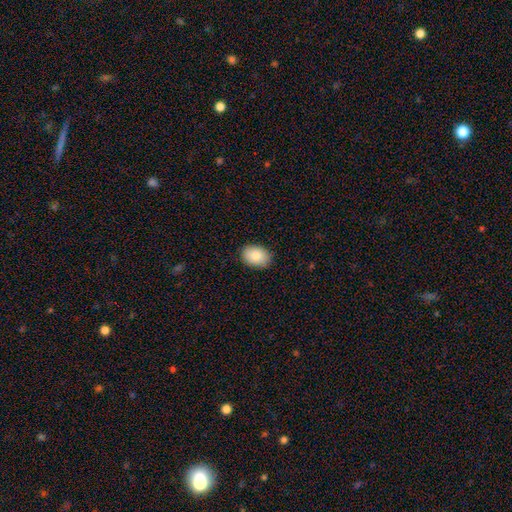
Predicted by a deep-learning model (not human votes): Q: Smooth or featured?
A: smooth (85%); runner-up: featured or disk (8%)
Q: How rounded?
A: in between (78%); runner-up: round (21%)
Q: Merging?
A: none (87%); runner-up: minor disturbance (10%)